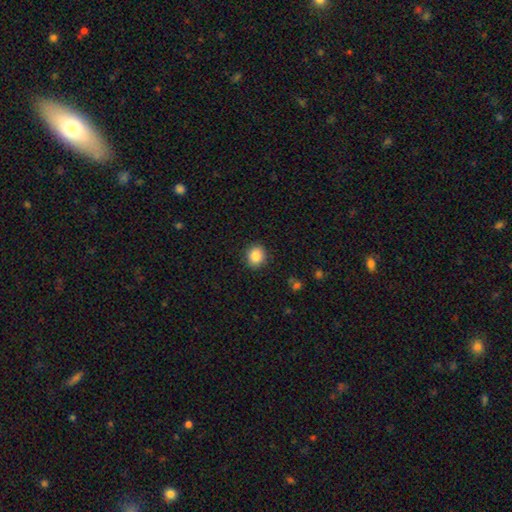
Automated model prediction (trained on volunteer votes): Smooth or featured? Predicted: smooth (p=0.87). How rounded? Predicted: round (p=0.80). Merging? Predicted: none (p=0.90).